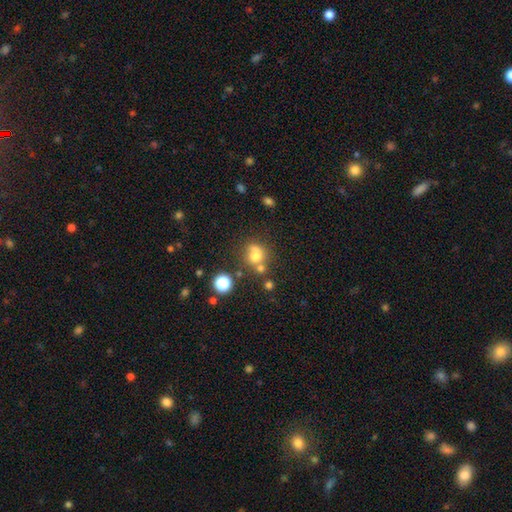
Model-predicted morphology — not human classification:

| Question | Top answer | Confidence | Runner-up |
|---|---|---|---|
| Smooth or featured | smooth | 68% | star or artifact (16%) |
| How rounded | round | 76% | in between (23%) |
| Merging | none | 47% | merger (29%) |